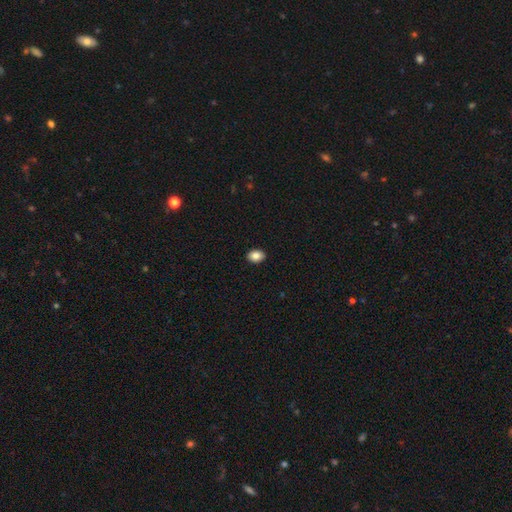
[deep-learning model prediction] smooth 85%, star or artifact 8%, featured or disk 6%. Down the decision tree: how rounded — in between (69%); merging — none (91%).